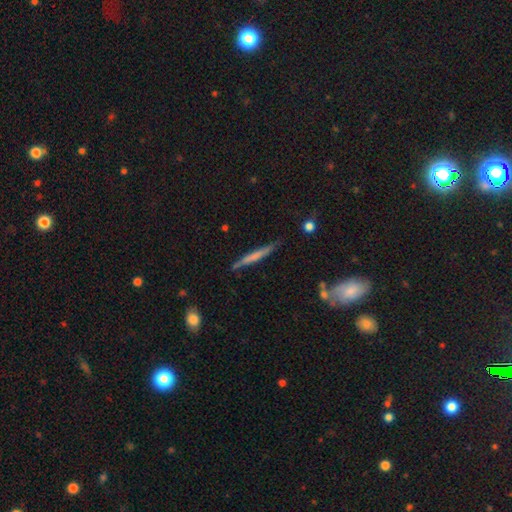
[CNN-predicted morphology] Smooth or featured?
  - featured or disk: 53% *
  - smooth: 39%
  - star or artifact: 8%
Edge-on disk?
  - yes: 95% *
  - no: 5%
Edge-on bulge?
  - none: 64% *
  - rounded: 25%
  - boxy: 11%
Merging?
  - none: 84% *
  - minor disturbance: 11%
  - merger: 3%
  - major disturbance: 2%